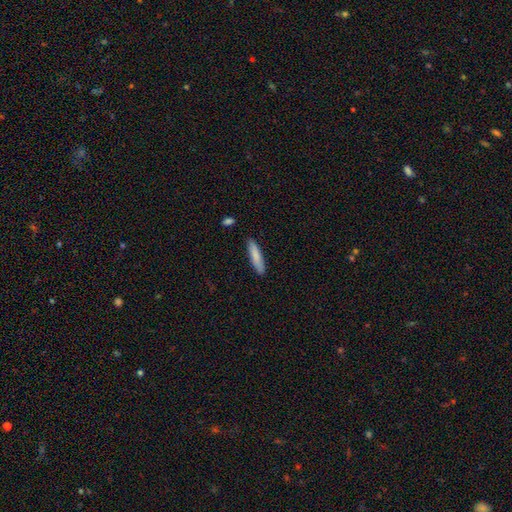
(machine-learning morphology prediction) smooth-or-featured: smooth: 82% | featured or disk: 12% | star or artifact: 6%
  how-rounded: cigar-shaped: 85% | in between: 14% | round: 1%
  merging: none: 87% | minor disturbance: 9% | major disturbance: 2% | merger: 2%